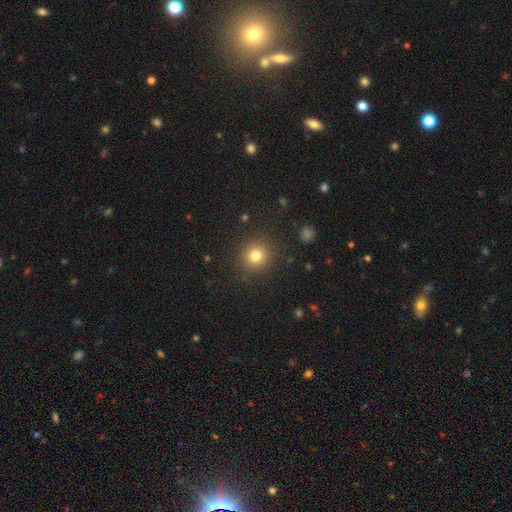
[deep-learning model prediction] Morphology: type=smooth (79%); roundness=round (91%); merging=none (89%).